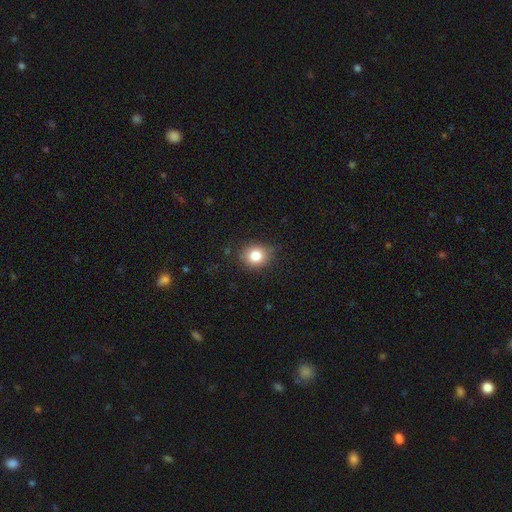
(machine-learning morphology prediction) This is clearly a smooth galaxy (81%). How rounded: likely round (78%). Merging: clearly none (84%).